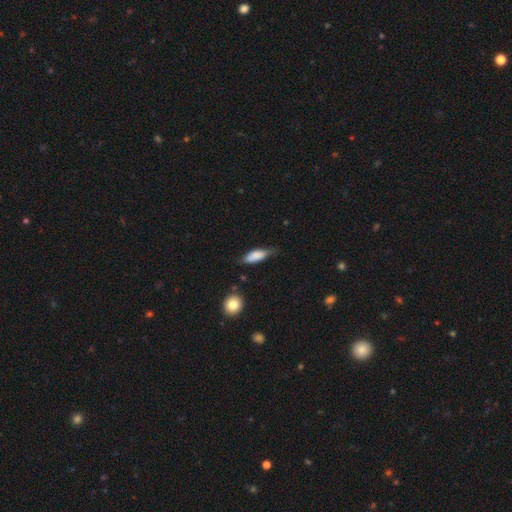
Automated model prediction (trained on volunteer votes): Smooth or featured?
  - smooth: 78% *
  - featured or disk: 16%
  - star or artifact: 6%
How rounded?
  - in between: 62% *
  - cigar-shaped: 35%
  - round: 3%
Merging?
  - none: 56% *
  - minor disturbance: 33%
  - major disturbance: 8%
  - merger: 3%